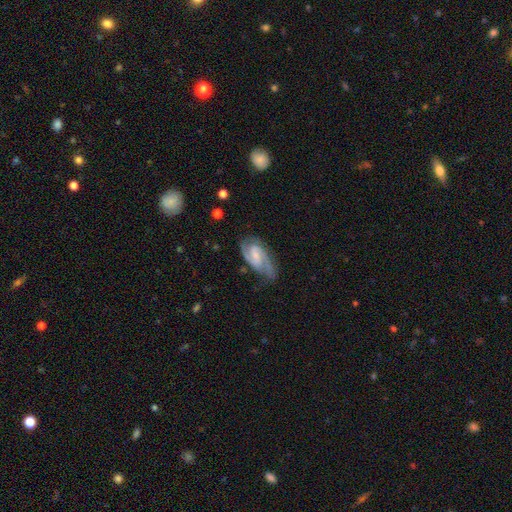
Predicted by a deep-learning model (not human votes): A featured or disk galaxy (86%) with a weak bar (50%), 2 (86%) medium (53%) spiral arms (97%) and a small central bulge (56%). Merging: none (67%).